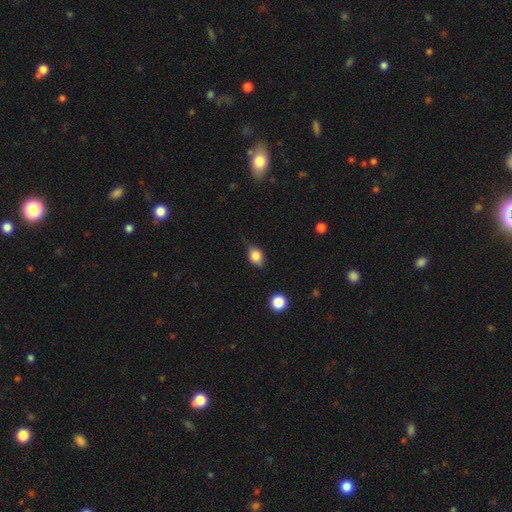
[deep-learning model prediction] Smooth or featured? Predicted: smooth (p=0.78). How rounded? Predicted: in between (p=0.62). Merging? Predicted: none (p=0.56).